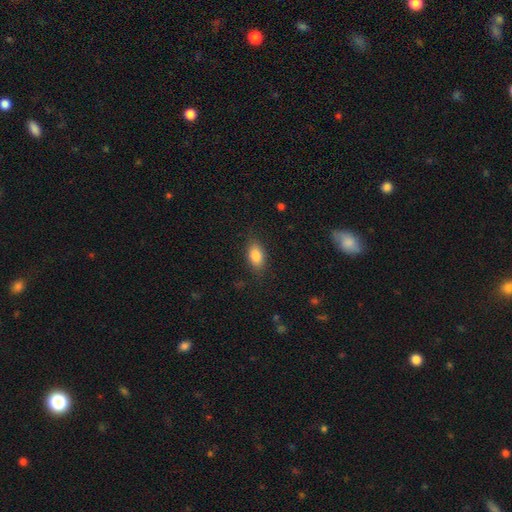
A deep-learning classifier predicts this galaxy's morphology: A smooth galaxy with no disk features (83%) that is in between round and cigar-shaped (88%). Merging: none (82%).